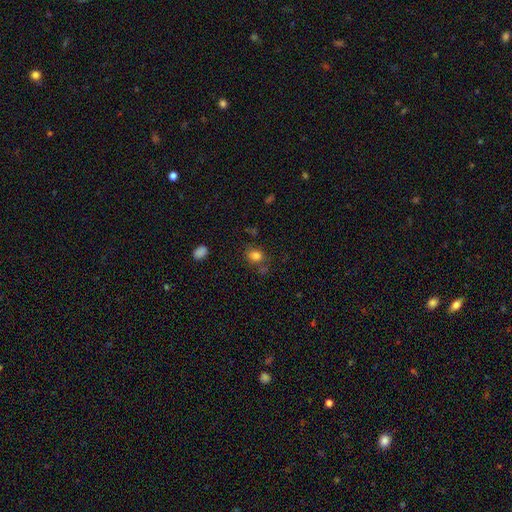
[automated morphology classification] type=smooth (81%); roundness=round (56%); merging=none (71%).